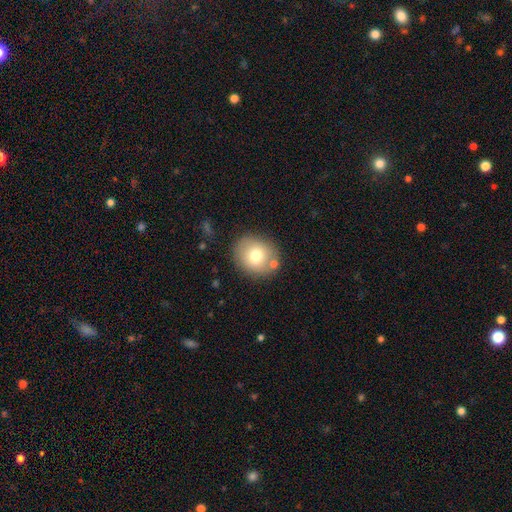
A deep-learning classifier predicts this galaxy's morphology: A smooth galaxy with no disk features (73%) that is round (71%). Merging: none (77%).